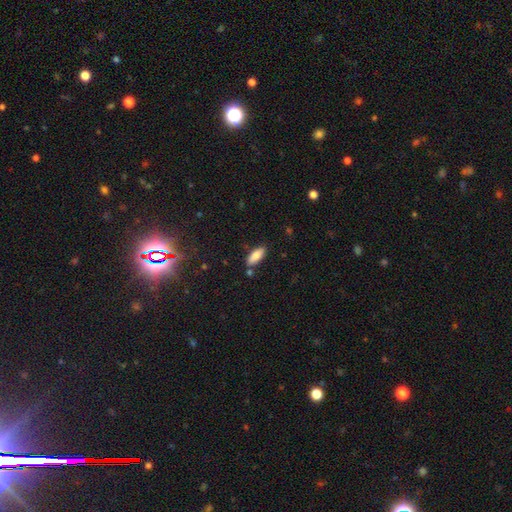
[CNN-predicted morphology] Smooth or featured?
  - smooth: 84% *
  - featured or disk: 10%
  - star or artifact: 7%
How rounded?
  - in between: 77% *
  - cigar-shaped: 21%
  - round: 2%
Merging?
  - none: 81% *
  - minor disturbance: 12%
  - merger: 5%
  - major disturbance: 2%